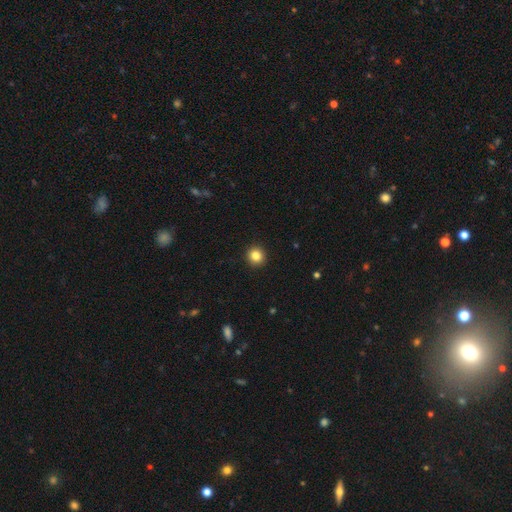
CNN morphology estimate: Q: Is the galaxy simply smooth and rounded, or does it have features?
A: smooth — 85%.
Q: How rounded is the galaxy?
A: round — 93%.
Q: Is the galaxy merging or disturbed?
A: none — 93%.